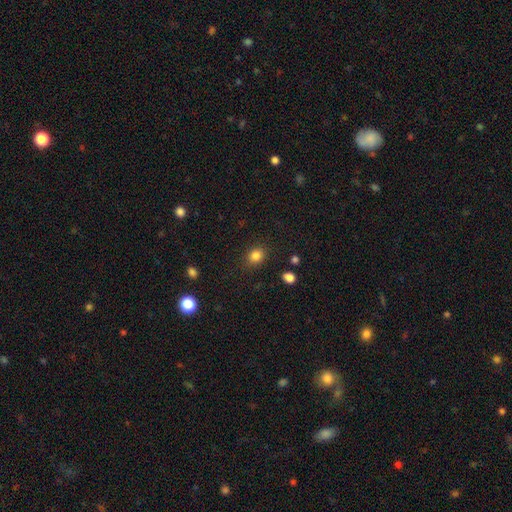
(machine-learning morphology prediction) Smooth or featured? Predicted: smooth (p=0.83). How rounded? Predicted: round (p=0.59). Merging? Predicted: none (p=0.85).